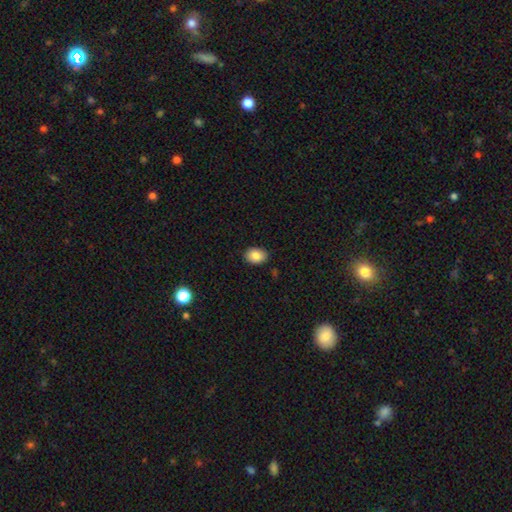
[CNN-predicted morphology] smooth 86%, star or artifact 8%, featured or disk 6%. Down the decision tree: how rounded — in between (73%); merging — none (87%).